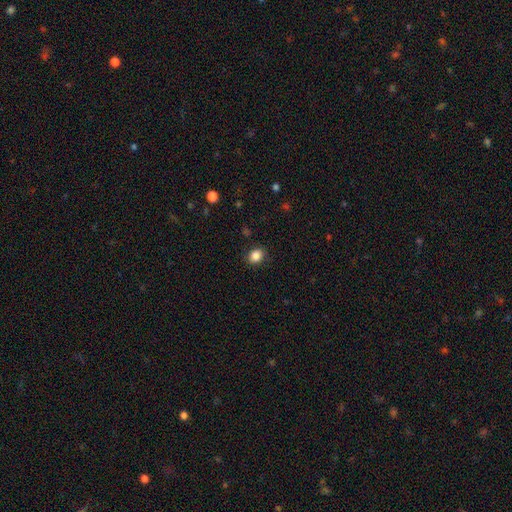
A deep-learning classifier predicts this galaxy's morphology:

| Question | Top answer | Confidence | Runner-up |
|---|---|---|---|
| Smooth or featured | smooth | 86% | star or artifact (10%) |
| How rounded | in between | 53% | round (46%) |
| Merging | none | 87% | minor disturbance (9%) |